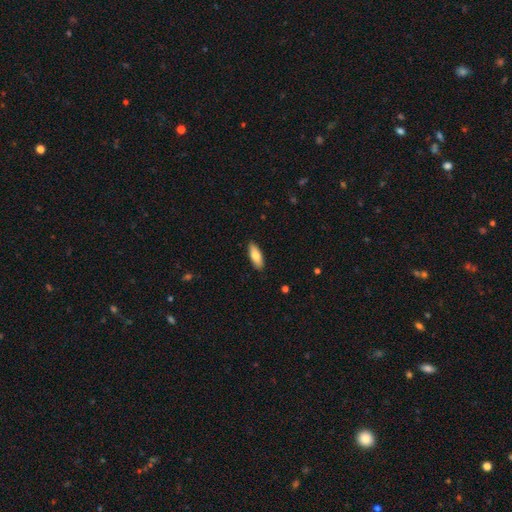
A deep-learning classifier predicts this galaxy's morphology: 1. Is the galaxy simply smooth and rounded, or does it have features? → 81% smooth, 13% featured or disk, 6% star or artifact.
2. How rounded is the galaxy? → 67% in between, 31% cigar-shaped, 2% round.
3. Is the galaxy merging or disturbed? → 89% none, 9% minor disturbance, 2% major disturbance, 1% merger.